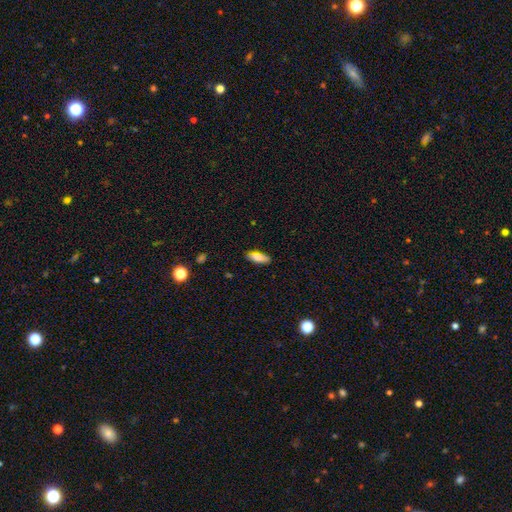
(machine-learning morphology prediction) This appears to be a smooth galaxy with no disk features (79%) that is in between round and cigar-shaped (66%). Merging: none (84%).